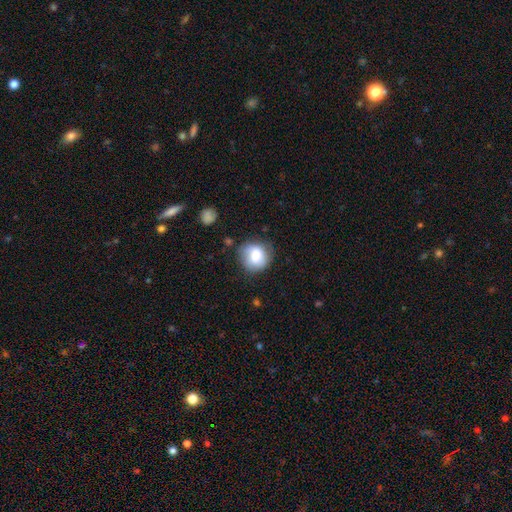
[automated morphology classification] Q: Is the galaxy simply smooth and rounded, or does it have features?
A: smooth — 75%.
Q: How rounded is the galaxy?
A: round — 79%.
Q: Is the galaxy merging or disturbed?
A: none — 63%.